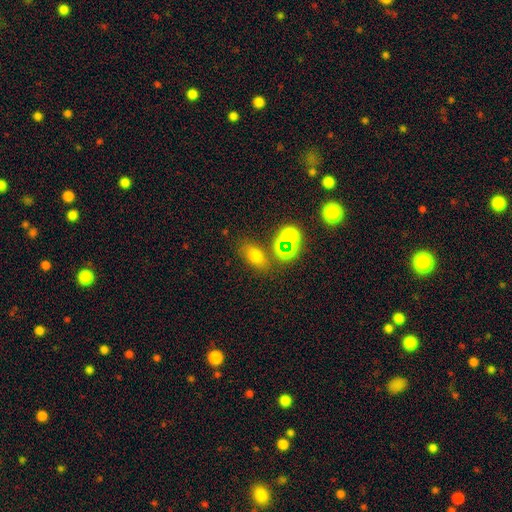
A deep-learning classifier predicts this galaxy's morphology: Smooth or featured? smooth (66%)
How rounded? in between (75%)
Merging? none (71%)